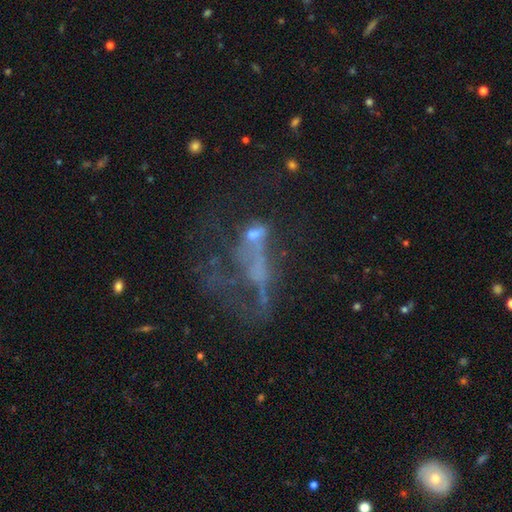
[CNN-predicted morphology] smooth_or_featured: featured or disk (p=0.55) [alt: star or artifact p=0.27]
disk_edge_on: no (p=0.91) [alt: yes p=0.09]
bar: no (p=0.85) [alt: weak p=0.10]
has_spiral_arms: no (p=0.85) [alt: yes p=0.15]
bulge_size: none (p=0.71) [alt: small p=0.16]
merging: major disturbance (p=0.44) [alt: none p=0.28]